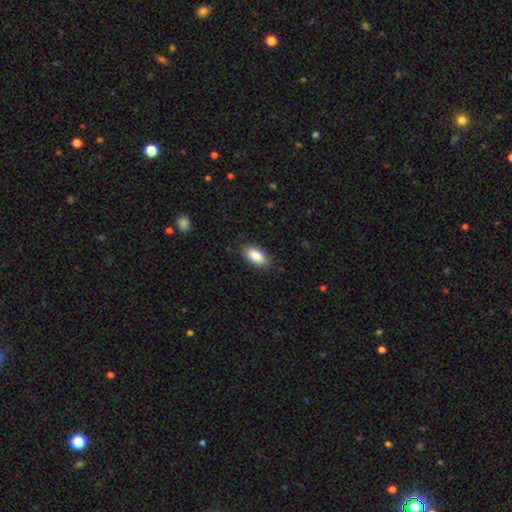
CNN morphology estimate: smooth-or-featured: smooth: 88% | star or artifact: 6% | featured or disk: 6%
  how-rounded: in between: 93% | cigar-shaped: 5% | round: 3%
  merging: none: 84% | minor disturbance: 12% | major disturbance: 3% | merger: 1%